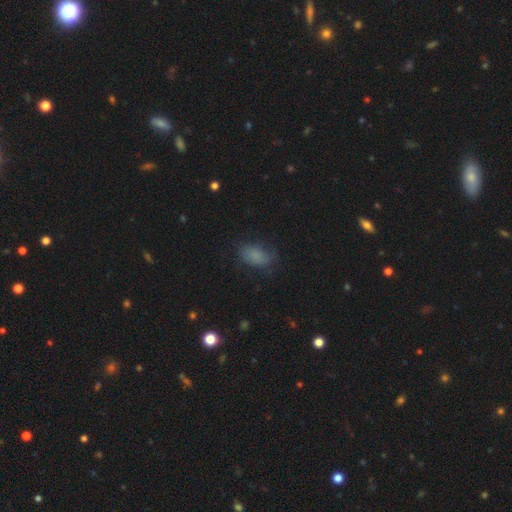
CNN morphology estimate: smooth_or_featured: smooth (p=0.79) [alt: star or artifact p=0.11]
how_rounded: in between (p=0.89) [alt: round p=0.08]
merging: none (p=0.70) [alt: minor disturbance p=0.21]